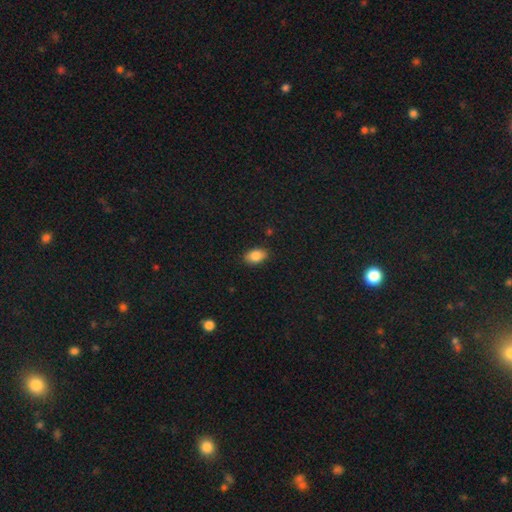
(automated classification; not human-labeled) smooth 86%, star or artifact 8%, featured or disk 6%. Down the decision tree: how rounded — in between (87%); merging — none (86%).